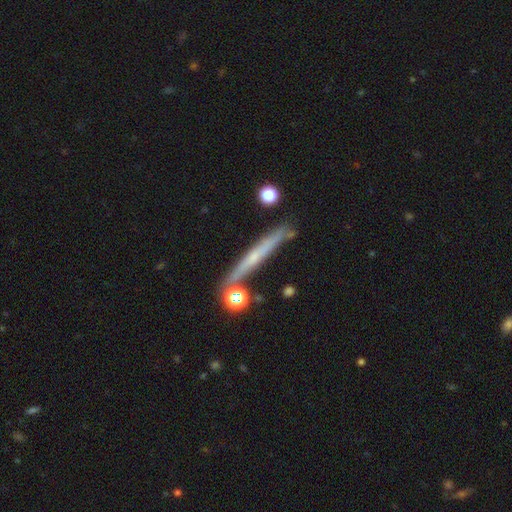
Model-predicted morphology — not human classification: smooth_or_featured: featured or disk (p=0.57) [alt: smooth p=0.34]
disk_edge_on: yes (p=0.93) [alt: no p=0.07]
edge_on_bulge: none (p=0.59) [alt: rounded p=0.34]
merging: none (p=0.75) [alt: minor disturbance p=0.14]